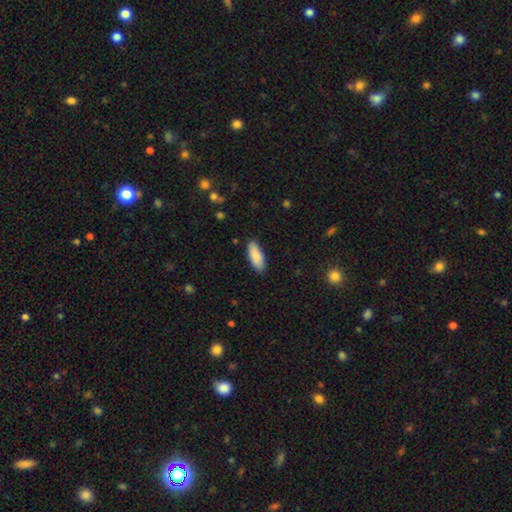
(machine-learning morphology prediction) A smooth galaxy with no disk features (89%) that is in between round and cigar-shaped (77%).

Vote fractions:
- Smooth or featured? smooth: 89% / star or artifact: 6% / featured or disk: 6%
- How rounded? in between: 77% / cigar-shaped: 21% / round: 2%
- Merging? none: 87% / minor disturbance: 10% / major disturbance: 2% / merger: 1%